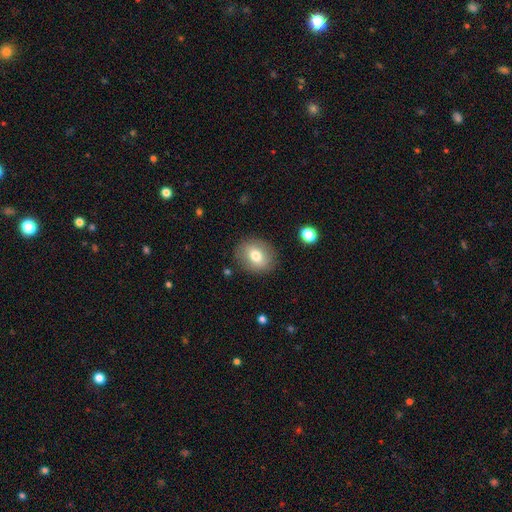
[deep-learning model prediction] smooth-or-featured: smooth: 73% | featured or disk: 18% | star or artifact: 9%
  how-rounded: round: 62% | in between: 37% | cigar-shaped: 1%
  merging: none: 86% | minor disturbance: 10% | major disturbance: 3% | merger: 1%